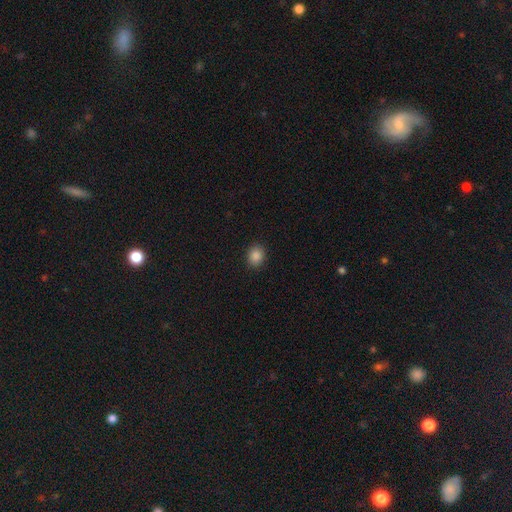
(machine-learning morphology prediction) The model was most divided on "how rounded": round: 58%, in between: 41%, cigar-shaped: 1%. More confident: merging — none (90%); smooth or featured — smooth (87%).